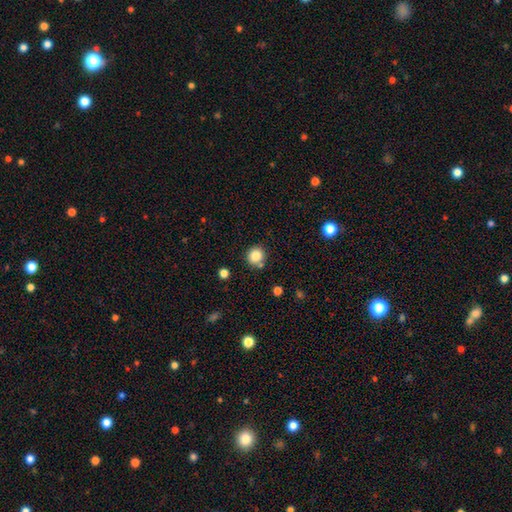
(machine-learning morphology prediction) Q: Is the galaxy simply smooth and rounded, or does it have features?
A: smooth — 83%.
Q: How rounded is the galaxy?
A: round — 91%.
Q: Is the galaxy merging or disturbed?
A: none — 79%.